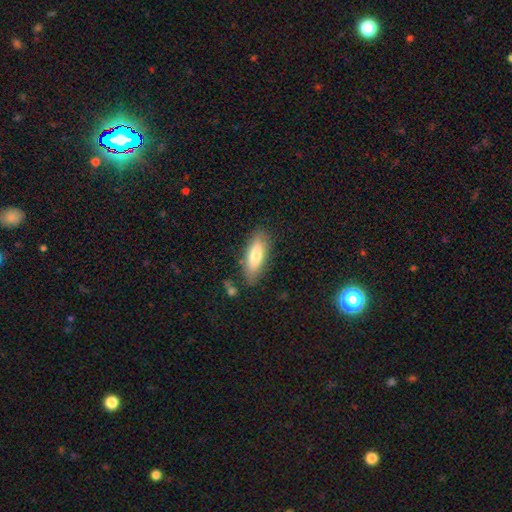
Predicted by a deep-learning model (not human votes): Smooth or featured? smooth (75%)
How rounded? in between (64%)
Merging? none (82%)